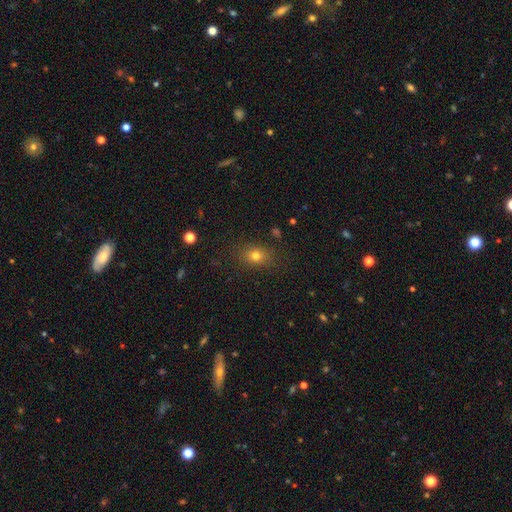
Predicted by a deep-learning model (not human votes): smooth 76%, star or artifact 15%, featured or disk 9%. Down the decision tree: how rounded — in between (53%); merging — none (83%).